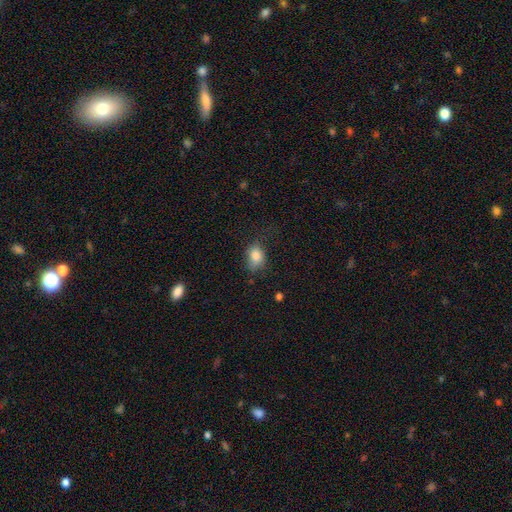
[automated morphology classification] type=smooth (83%); roundness=in between (65%); merging=none (58%).